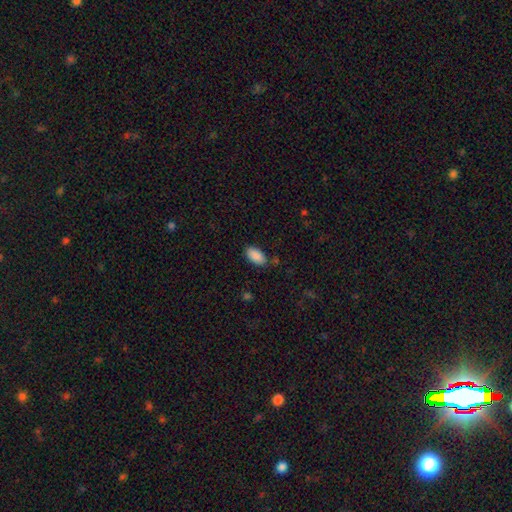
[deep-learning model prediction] Q: Smooth or featured?
A: smooth (90%); runner-up: star or artifact (7%)
Q: How rounded?
A: in between (94%); runner-up: cigar-shaped (3%)
Q: Merging?
A: none (82%); runner-up: minor disturbance (13%)